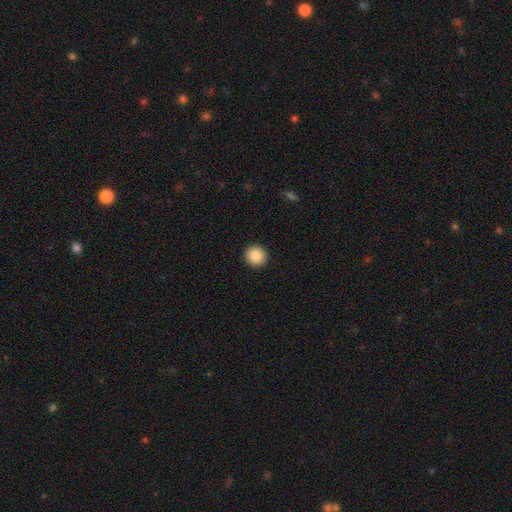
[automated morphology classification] This appears to be a smooth galaxy with no disk features (86%) that is round (94%). Merging: none (93%).